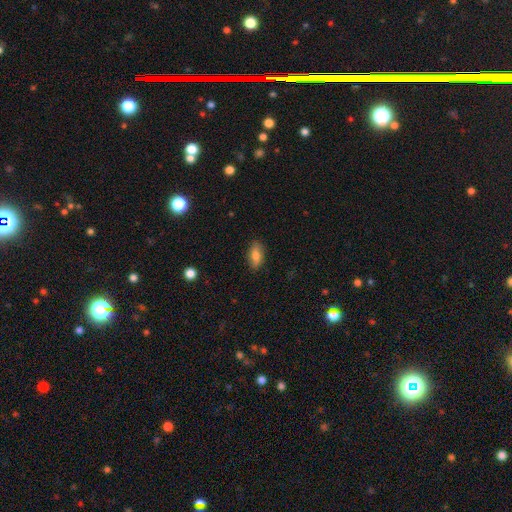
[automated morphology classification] Q: Smooth or featured?
A: smooth (78%); runner-up: featured or disk (14%)
Q: How rounded?
A: in between (83%); runner-up: cigar-shaped (13%)
Q: Merging?
A: none (85%); runner-up: minor disturbance (11%)